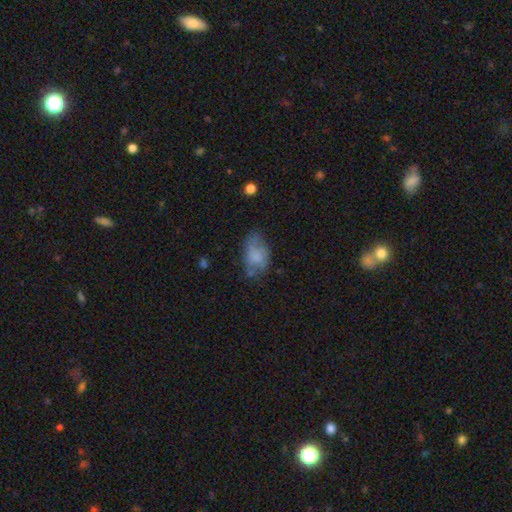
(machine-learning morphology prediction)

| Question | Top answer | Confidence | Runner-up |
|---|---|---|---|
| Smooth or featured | smooth | 63% | featured or disk (27%) |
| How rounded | in between | 89% | round (9%) |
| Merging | none | 44% | minor disturbance (32%) |